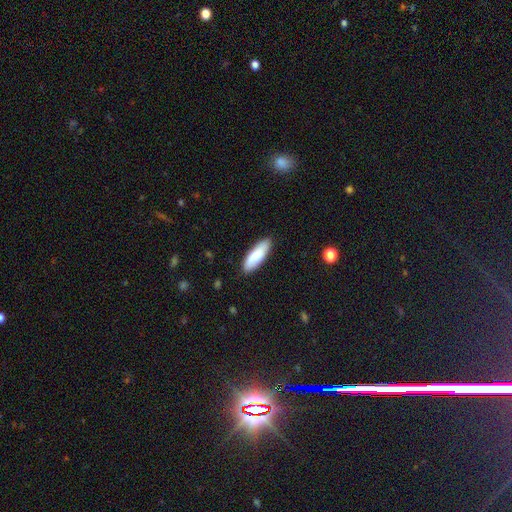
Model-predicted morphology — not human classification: The model was most divided on "how rounded": in between: 51%, cigar-shaped: 48%, round: 1%. More confident: merging — none (87%); smooth or featured — smooth (83%).